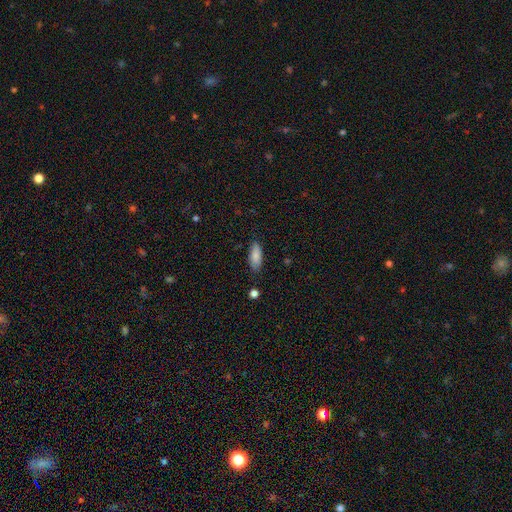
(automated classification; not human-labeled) Overall: smooth (85%). How rounded: in between (78%). Merging: none (83%).